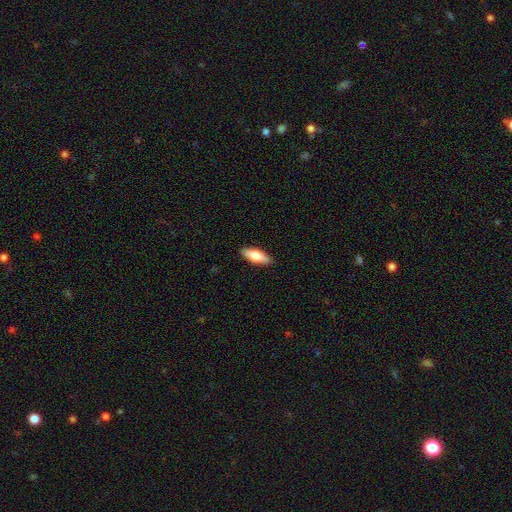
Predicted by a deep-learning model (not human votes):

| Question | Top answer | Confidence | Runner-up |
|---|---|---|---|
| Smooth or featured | smooth | 73% | featured or disk (21%) |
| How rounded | in between | 63% | cigar-shaped (35%) |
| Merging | none | 89% | minor disturbance (8%) |